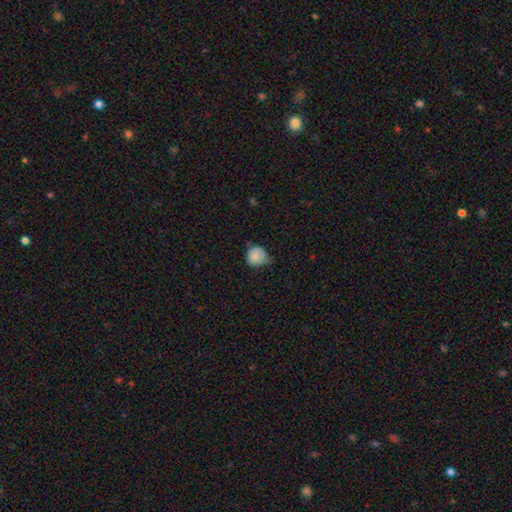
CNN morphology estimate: smooth 82%, star or artifact 9%, featured or disk 9%. Down the decision tree: how rounded — round (82%); merging — minor disturbance (45%).